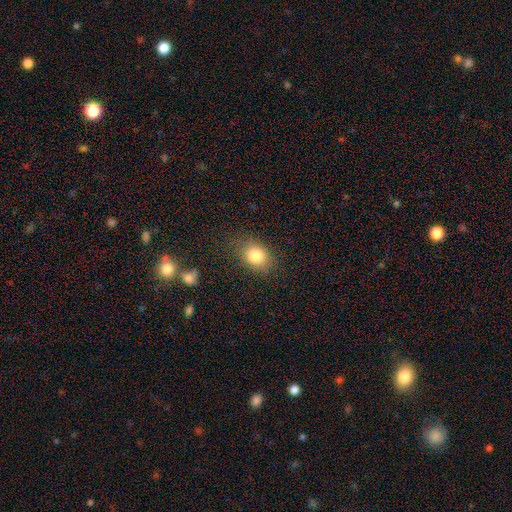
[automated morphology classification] This appears to be a smooth galaxy with no disk features (82%) that is in between round and cigar-shaped (62%). Merging: none (79%).